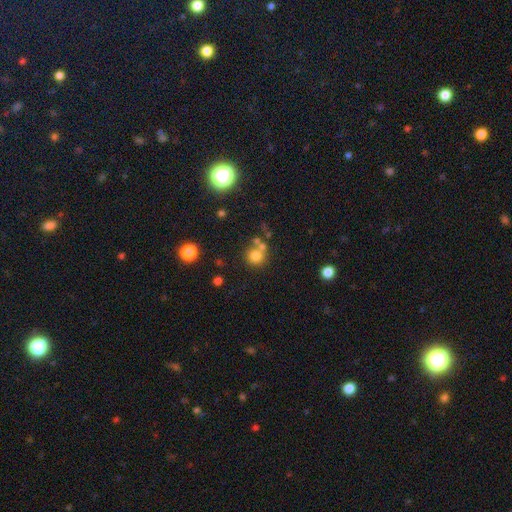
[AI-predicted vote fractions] Smooth or featured? smooth (74%)
How rounded? round (89%)
Merging? none (60%)